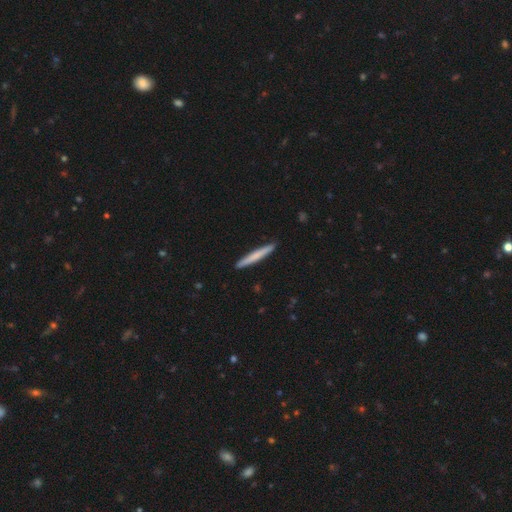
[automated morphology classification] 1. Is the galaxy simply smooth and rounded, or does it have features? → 67% smooth, 28% featured or disk, 5% star or artifact.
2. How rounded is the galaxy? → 97% cigar-shaped, 2% in between, 1% round.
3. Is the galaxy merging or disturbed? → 92% none, 6% minor disturbance, 1% major disturbance, 1% merger.